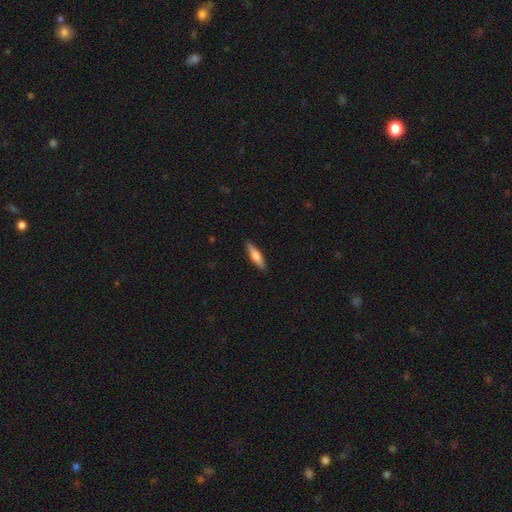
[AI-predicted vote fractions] smooth 67%, featured or disk 27%, star or artifact 6%. Down the decision tree: how rounded — cigar-shaped (68%); merging — none (89%).